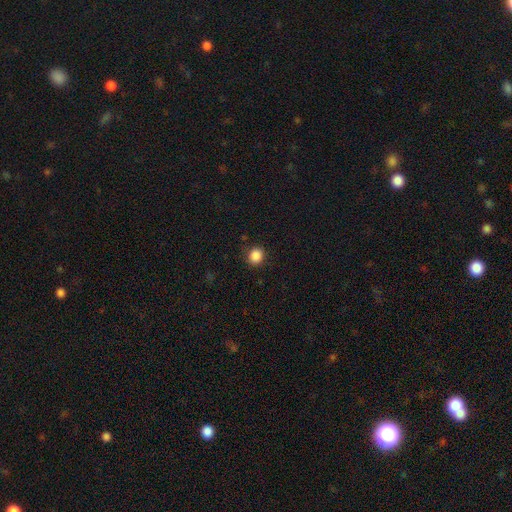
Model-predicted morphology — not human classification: A smooth galaxy with no disk features (87%) that is round (83%). Merging: none (87%).